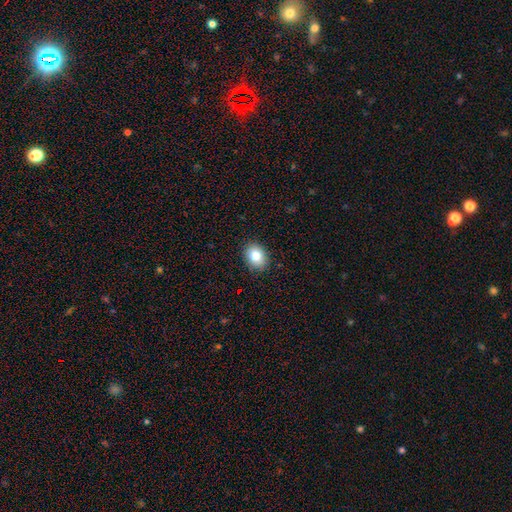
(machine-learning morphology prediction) This appears to be a smooth galaxy with no disk features (83%) that is in between round and cigar-shaped (66%). Merging: none (89%).